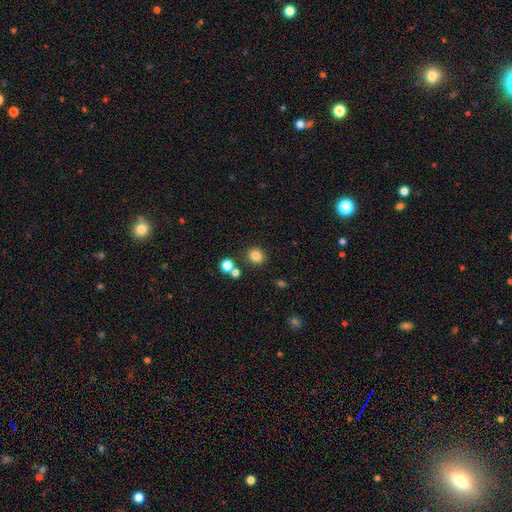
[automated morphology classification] Smooth or featured?
  - smooth: 82% *
  - star or artifact: 13%
  - featured or disk: 5%
How rounded?
  - round: 75% *
  - in between: 24%
  - cigar-shaped: 1%
Merging?
  - none: 83% *
  - minor disturbance: 8%
  - merger: 6%
  - major disturbance: 3%